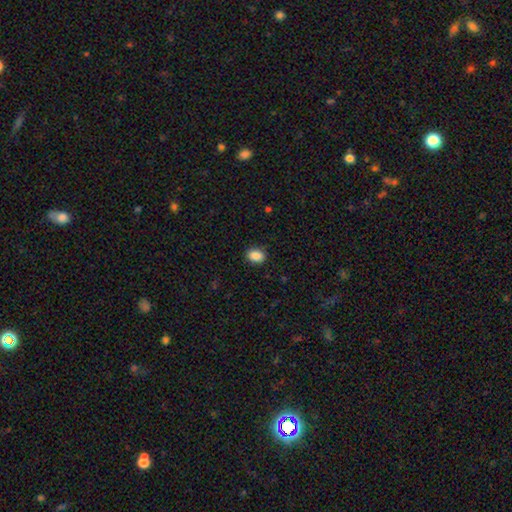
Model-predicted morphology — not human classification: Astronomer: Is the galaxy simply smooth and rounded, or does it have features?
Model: smooth — 88%.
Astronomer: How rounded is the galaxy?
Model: in between — 68%.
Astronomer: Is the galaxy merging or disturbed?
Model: none — 89%.